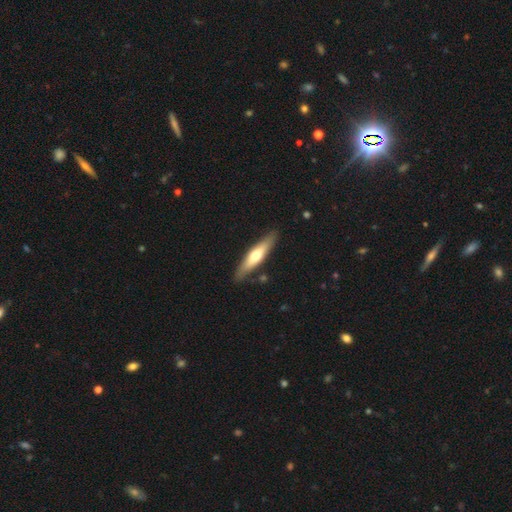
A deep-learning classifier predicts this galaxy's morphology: This appears to be a smooth galaxy with no disk features (50%) that is cigar-shaped (79%). Merging: none (85%).